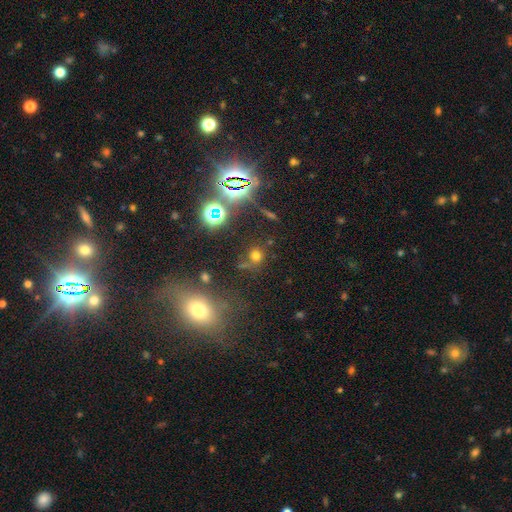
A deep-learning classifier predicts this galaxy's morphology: Smooth or featured?
  - smooth: 59% *
  - star or artifact: 33%
  - featured or disk: 9%
How rounded?
  - round: 87% *
  - in between: 11%
  - cigar-shaped: 2%
Merging?
  - none: 72% *
  - minor disturbance: 11%
  - merger: 10%
  - major disturbance: 6%